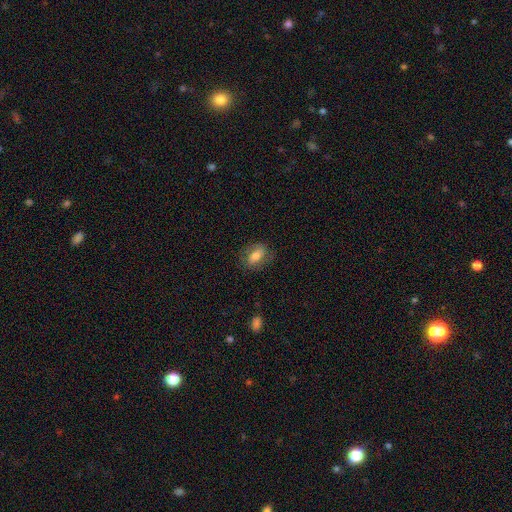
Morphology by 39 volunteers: Smooth or featured: smooth — 74% (featured or disk — 18%)
How rounded: in between — 66% (round — 31%)
Merging: none — 86% (minor disturbance — 8%)